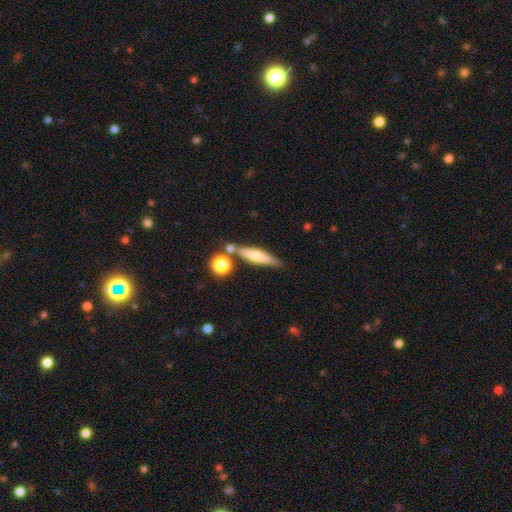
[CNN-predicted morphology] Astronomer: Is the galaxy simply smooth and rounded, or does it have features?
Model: featured or disk — 48% (runner-up: smooth, 44%).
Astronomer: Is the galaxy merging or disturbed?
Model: none — 71%.